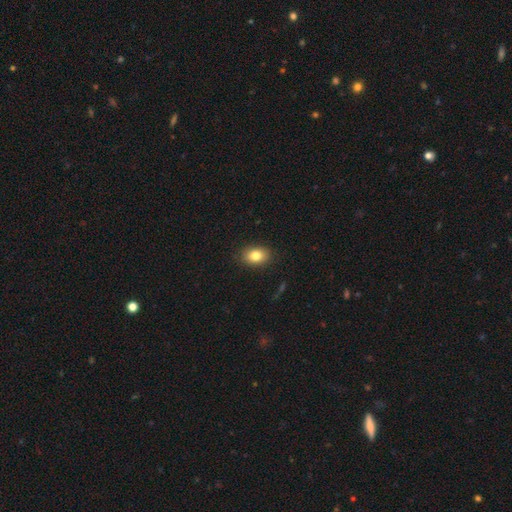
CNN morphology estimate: This appears to be a smooth galaxy with no disk features (83%) that is in between round and cigar-shaped (76%). Merging: none (87%).